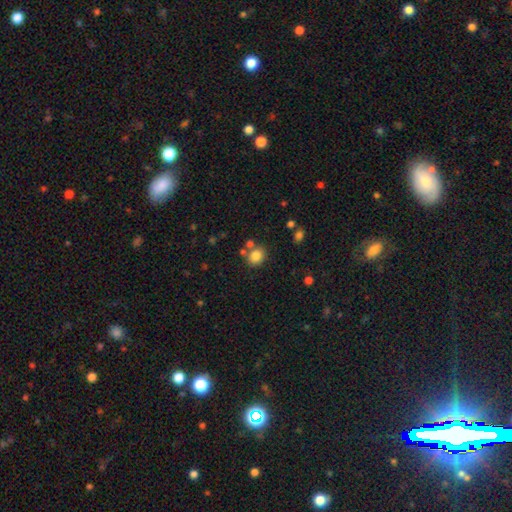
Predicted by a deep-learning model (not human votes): Smooth or featured? smooth (83%)
How rounded? round (65%)
Merging? none (68%)